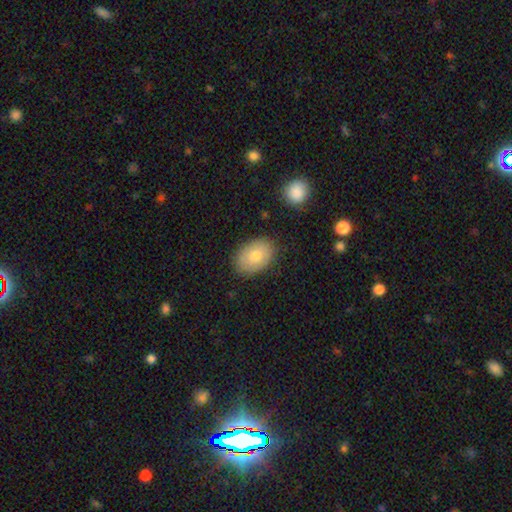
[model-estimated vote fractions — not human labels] smooth 76%, featured or disk 18%, star or artifact 7%. Down the decision tree: how rounded — in between (82%); merging — none (84%).